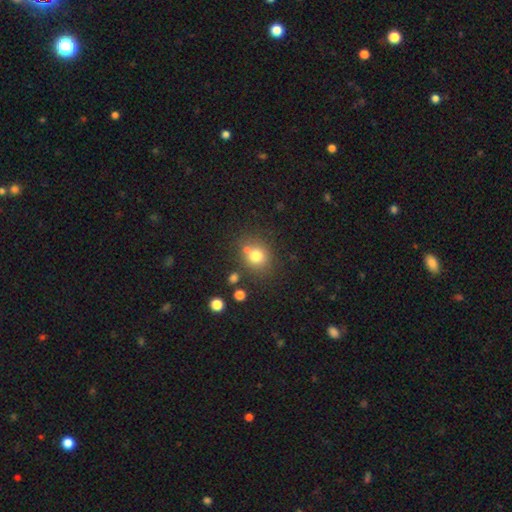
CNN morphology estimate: Overall: smooth (76%). How rounded: round (80%). Merging: none (66%).